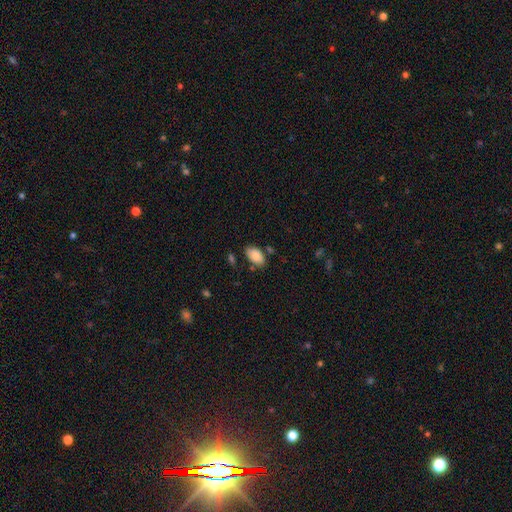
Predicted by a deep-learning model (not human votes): A smooth galaxy with no disk features (87%) that is in between round and cigar-shaped (94%).

Vote fractions:
- Smooth or featured? smooth: 87% / star or artifact: 7% / featured or disk: 6%
- How rounded? in between: 94% / round: 4% / cigar-shaped: 2%
- Merging? none: 75% / minor disturbance: 16% / merger: 5% / major disturbance: 4%